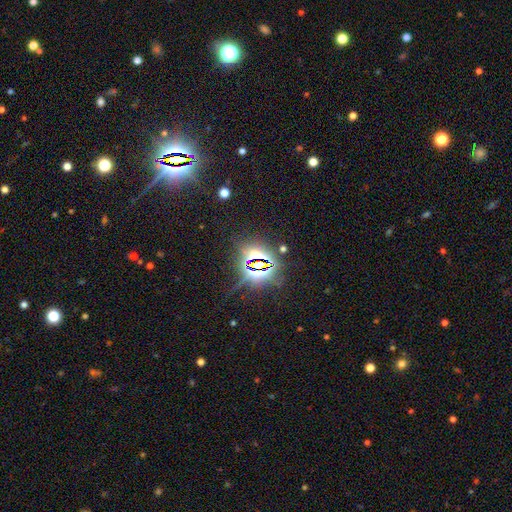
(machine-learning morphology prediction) Smooth or featured?
  - star or artifact: 79% *
  - smooth: 13%
  - featured or disk: 8%